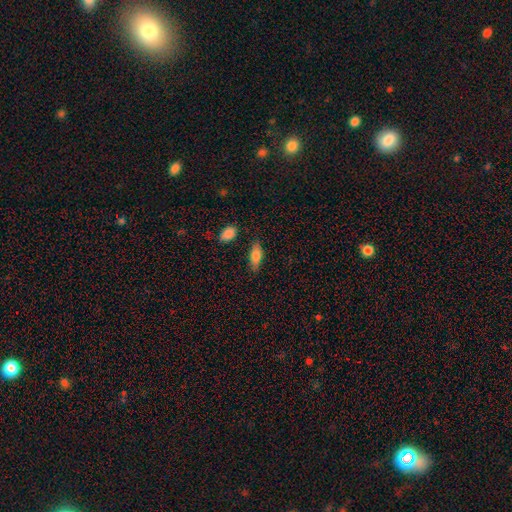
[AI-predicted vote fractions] This is likely a smooth galaxy (78%). How rounded: likely in between (77%). Merging: clearly none (81%).